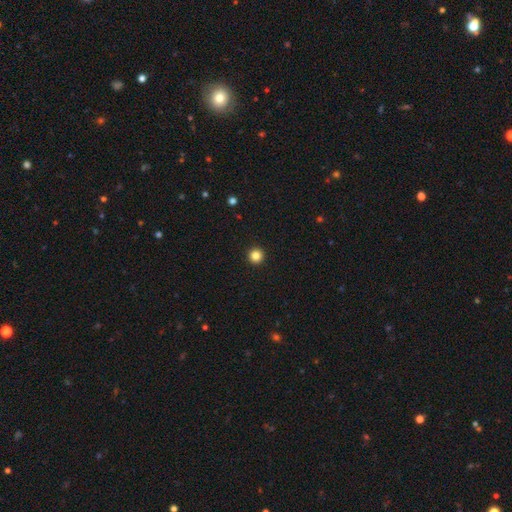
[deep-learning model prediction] Morphology: type=smooth (84%); roundness=round (97%); merging=none (94%).